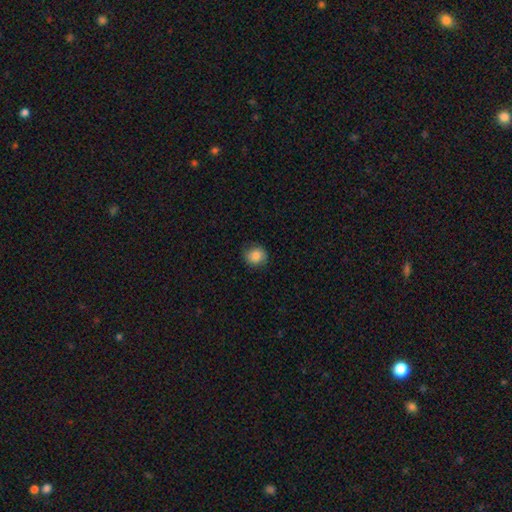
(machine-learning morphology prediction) smooth 83%, star or artifact 9%, featured or disk 8%. Down the decision tree: how rounded — round (80%); merging — none (82%).